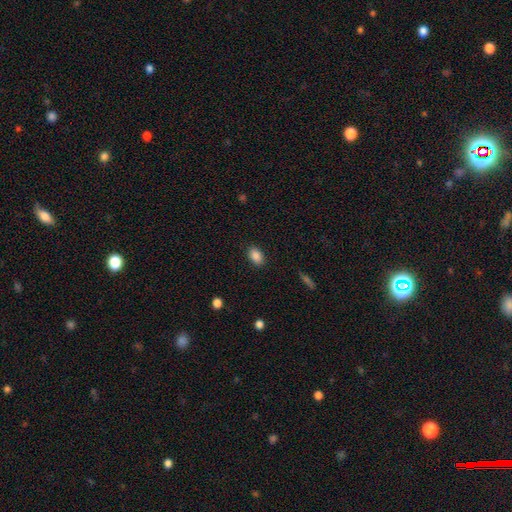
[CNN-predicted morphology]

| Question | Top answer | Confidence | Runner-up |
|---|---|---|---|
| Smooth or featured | smooth | 88% | star or artifact (9%) |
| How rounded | in between | 83% | round (16%) |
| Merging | none | 87% | minor disturbance (9%) |